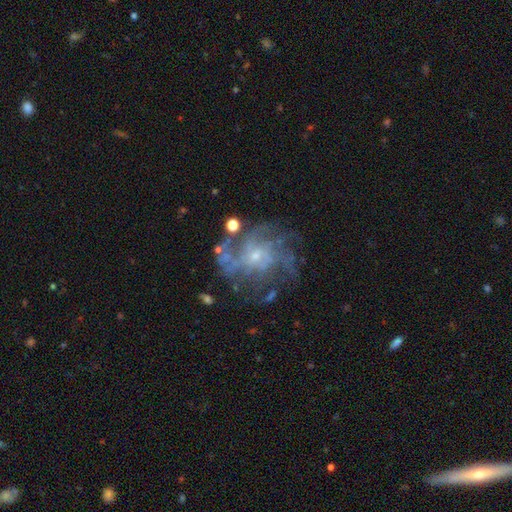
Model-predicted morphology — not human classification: smooth-or-featured: featured or disk: 79% | star or artifact: 12% | smooth: 10%
  disk-edge-on: no: 97% | yes: 3%
    bar: no: 71% | weak: 25% | strong: 4%
    has-spiral-arms: yes: 86% | no: 14%
      spiral-winding: tight: 41% | medium: 40% | loose: 18%
      spiral-arm-count: can't tell: 35% | 4: 21% | more than 4: 17% | 3: 12% | 2: 8% | 1: 6%
    bulge-size: small: 70% | moderate: 23% | none: 5% | large: 2% | dominant: 1%
  merging: none: 65% | minor disturbance: 17% | major disturbance: 15% | merger: 4%